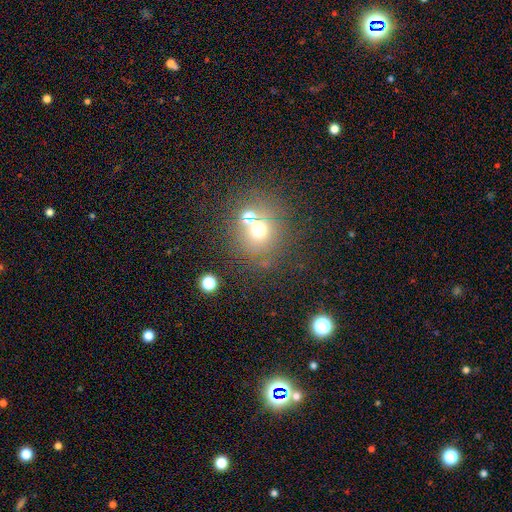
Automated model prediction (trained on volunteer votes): Morphology: type=smooth (47%); merging=none (63%).